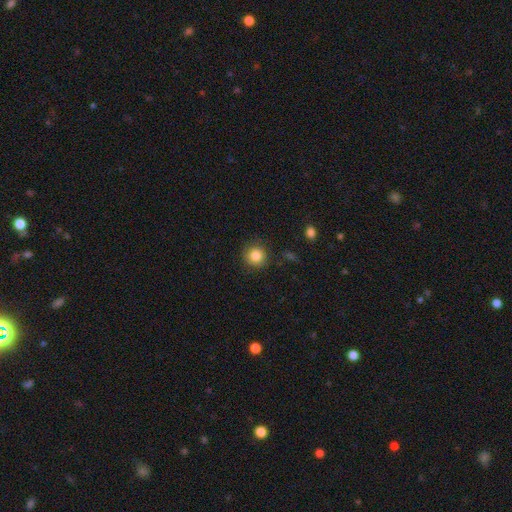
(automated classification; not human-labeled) Overall: smooth (84%). How rounded: round (93%). Merging: none (88%).